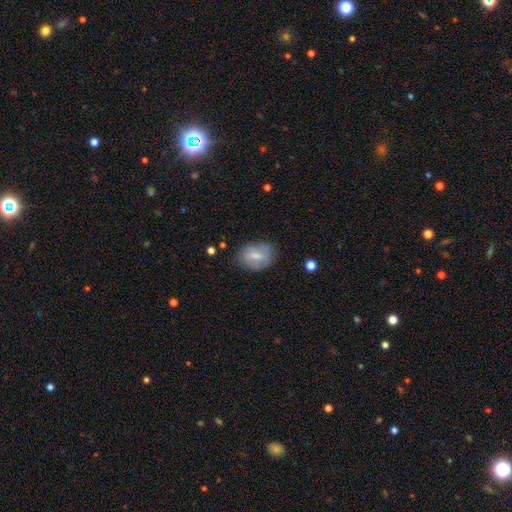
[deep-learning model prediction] smooth 53%, featured or disk 39%, star or artifact 8%. Down the decision tree: how rounded — in between (80%); merging — none (66%).